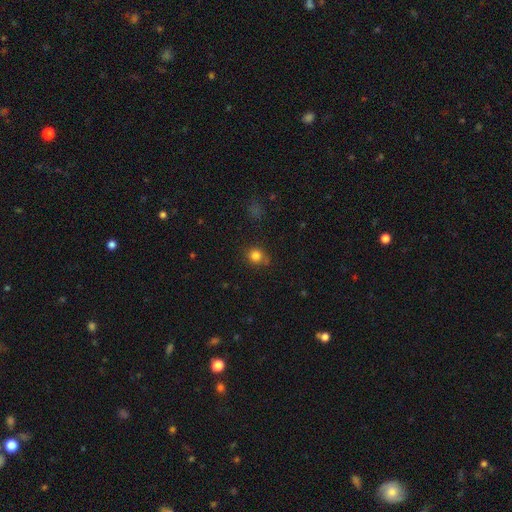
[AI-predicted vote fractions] Smooth or featured? Predicted: smooth (p=0.82). How rounded? Predicted: round (p=0.82). Merging? Predicted: none (p=0.77).